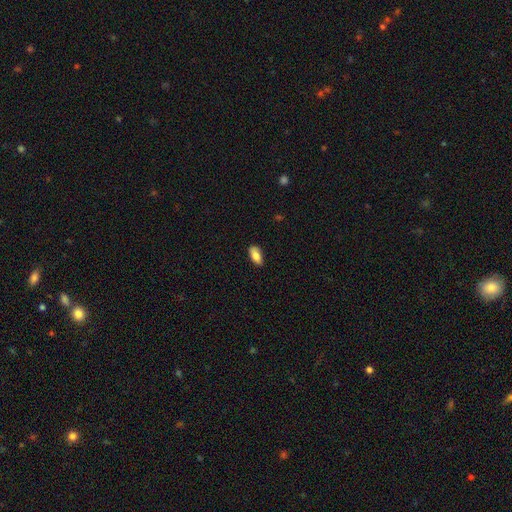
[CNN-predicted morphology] This appears to be a smooth galaxy with no disk features (84%) that is in between round and cigar-shaped (88%). Merging: none (83%).